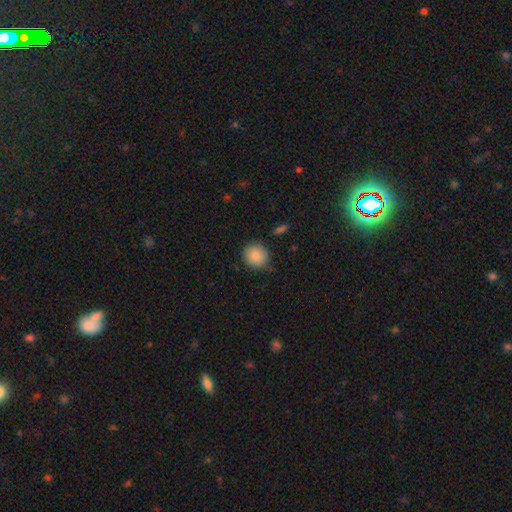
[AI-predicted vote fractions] This is clearly a smooth galaxy (85%). How rounded: clearly round (90%). Merging: clearly none (85%).